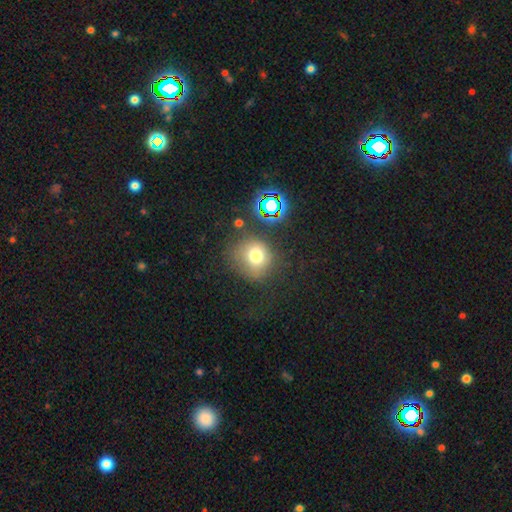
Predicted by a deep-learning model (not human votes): A smooth galaxy with no disk features (70%) that is round (84%). Merging: none (65%).